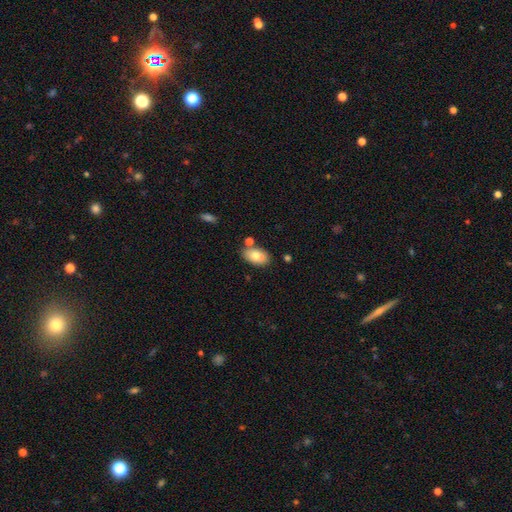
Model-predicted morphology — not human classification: A smooth galaxy with no disk features (76%) that is in between round and cigar-shaped (91%).

Vote fractions:
- Smooth or featured? smooth: 76% / featured or disk: 17% / star or artifact: 8%
- How rounded? in between: 91% / round: 7% / cigar-shaped: 2%
- Merging? none: 72% / minor disturbance: 14% / merger: 11% / major disturbance: 3%